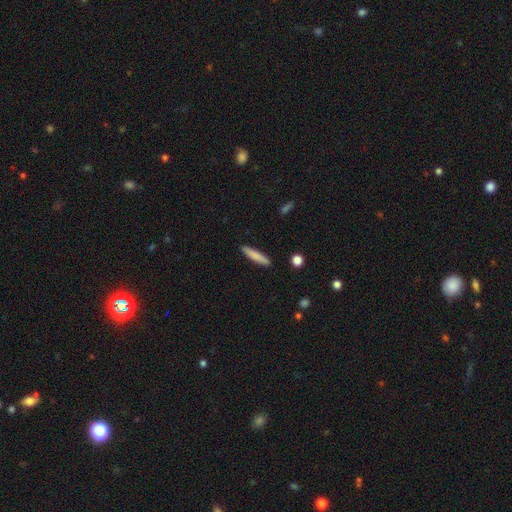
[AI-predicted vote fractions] Q: Smooth or featured?
A: smooth (80%); runner-up: featured or disk (14%)
Q: How rounded?
A: cigar-shaped (89%); runner-up: in between (9%)
Q: Merging?
A: none (89%); runner-up: minor disturbance (8%)